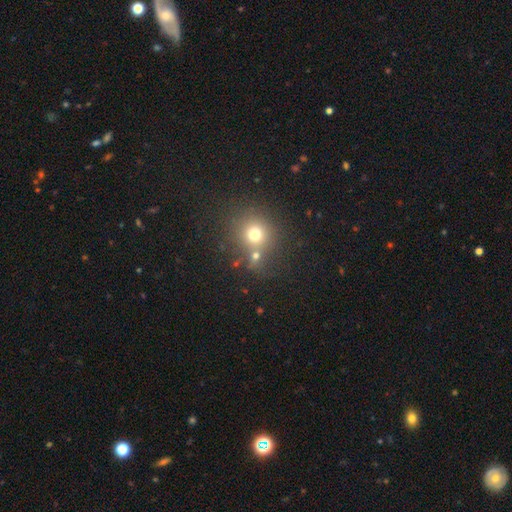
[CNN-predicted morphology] A smooth galaxy with no disk features (68%) that is round (85%).

Vote fractions:
- Smooth or featured? smooth: 68% / star or artifact: 21% / featured or disk: 11%
- How rounded? round: 85% / in between: 14% / cigar-shaped: 1%
- Merging? none: 59% / merger: 27% / minor disturbance: 9% / major disturbance: 5%